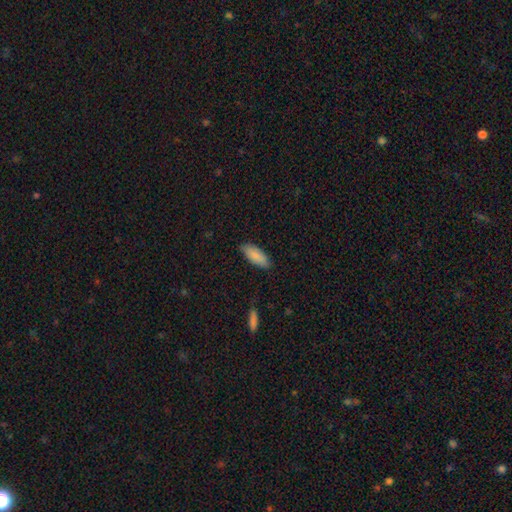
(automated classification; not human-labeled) Morphology: type=smooth (88%); roundness=in between (77%); merging=none (84%).